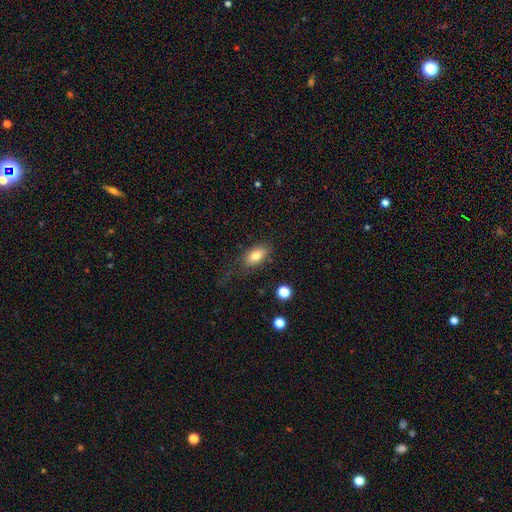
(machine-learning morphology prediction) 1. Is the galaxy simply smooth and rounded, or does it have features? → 80% smooth, 11% featured or disk, 8% star or artifact.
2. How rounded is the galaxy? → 88% in between, 8% round, 4% cigar-shaped.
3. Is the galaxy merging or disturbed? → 73% none, 17% minor disturbance, 8% major disturbance, 2% merger.